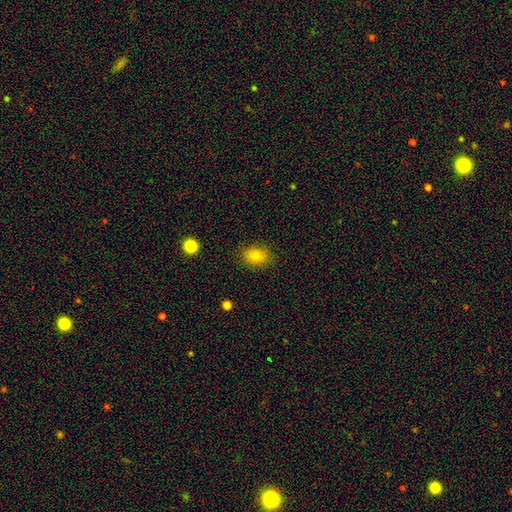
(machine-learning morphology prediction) The model was most divided on "how rounded": in between: 68%, round: 30%, cigar-shaped: 1%. More confident: merging — none (85%); smooth or featured — smooth (82%).